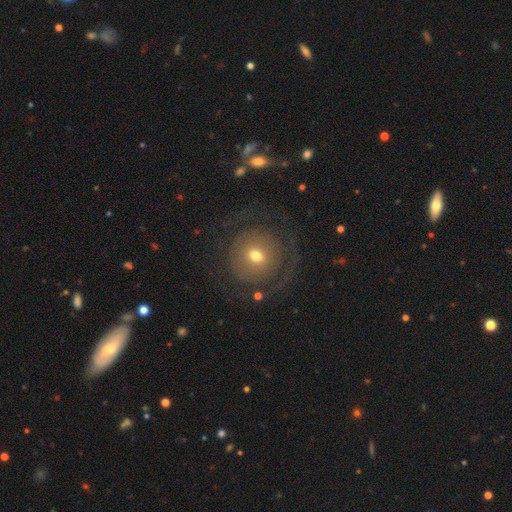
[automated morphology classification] Smooth or featured? featured or disk (51%)
Edge-on disk? no (96%)
Merging? none (65%)